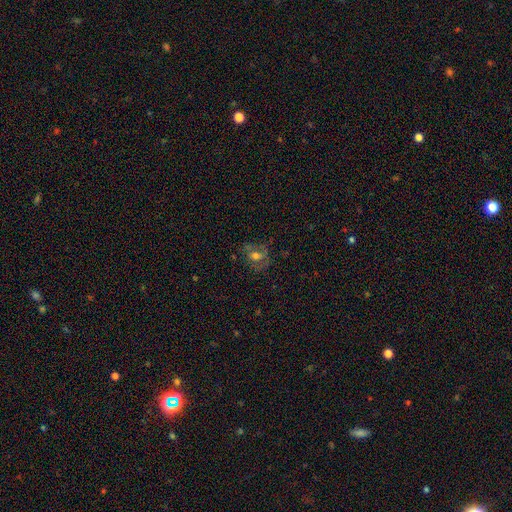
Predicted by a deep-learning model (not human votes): This is marginally a featured or disk galaxy (43%). Merging: likely none (64%).